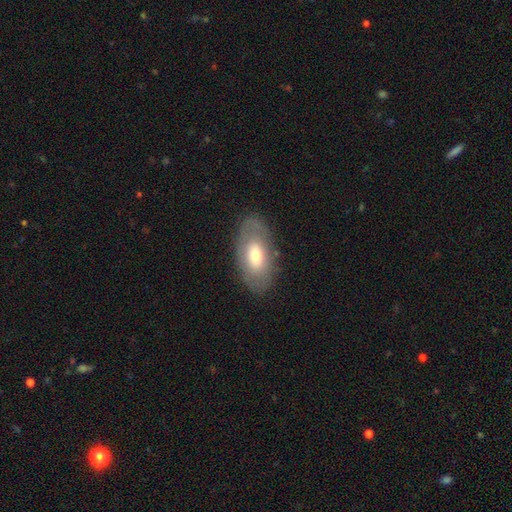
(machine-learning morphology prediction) Smooth or featured? smooth (56%)
How rounded? in between (92%)
Merging? none (81%)